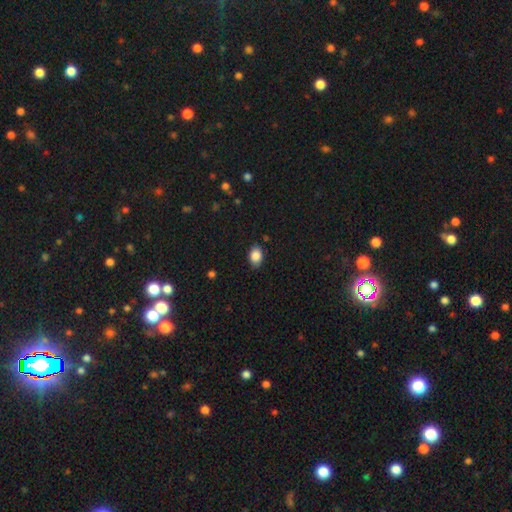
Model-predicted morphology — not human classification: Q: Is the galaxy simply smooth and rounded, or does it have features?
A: smooth — 86%.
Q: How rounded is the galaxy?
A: in between — 80%.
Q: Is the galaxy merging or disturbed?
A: none — 83%.